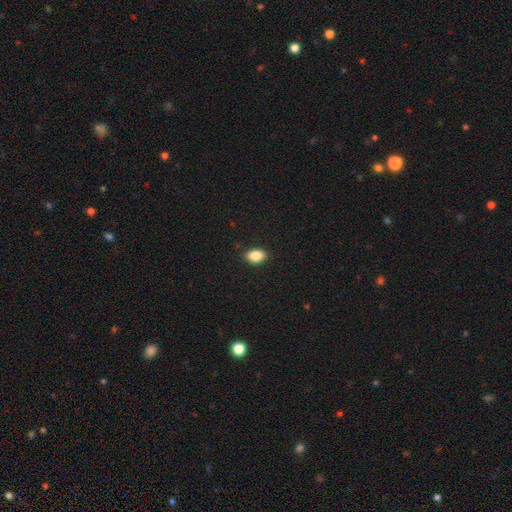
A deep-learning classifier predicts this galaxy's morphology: Smooth or featured?
  - smooth: 86% *
  - star or artifact: 8%
  - featured or disk: 5%
How rounded?
  - in between: 86% *
  - round: 12%
  - cigar-shaped: 2%
Merging?
  - none: 89% *
  - minor disturbance: 8%
  - major disturbance: 2%
  - merger: 1%